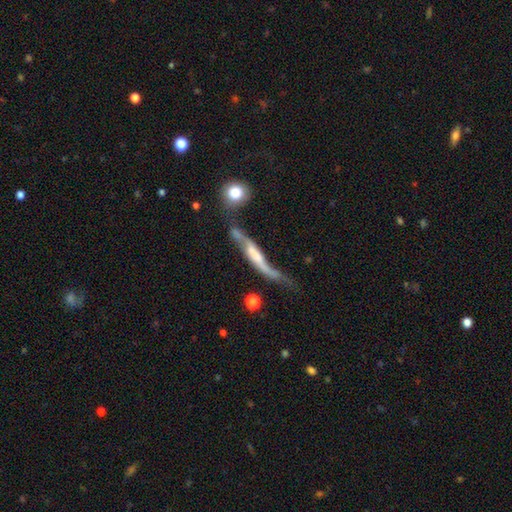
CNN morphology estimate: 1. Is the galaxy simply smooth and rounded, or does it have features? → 70% featured or disk, 23% smooth, 7% star or artifact.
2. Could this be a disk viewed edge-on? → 57% no, 43% yes.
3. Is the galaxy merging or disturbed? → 31% none, 27% major disturbance, 23% minor disturbance, 19% merger.